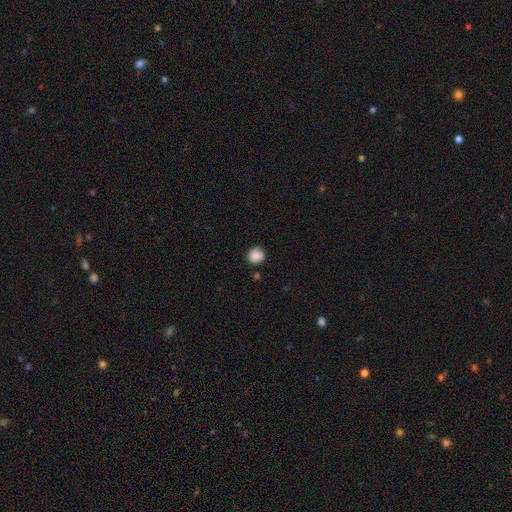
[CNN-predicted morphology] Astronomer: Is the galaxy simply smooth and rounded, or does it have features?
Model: smooth — 86%.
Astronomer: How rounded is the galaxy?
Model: round — 89%.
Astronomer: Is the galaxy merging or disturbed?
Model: none — 81%.